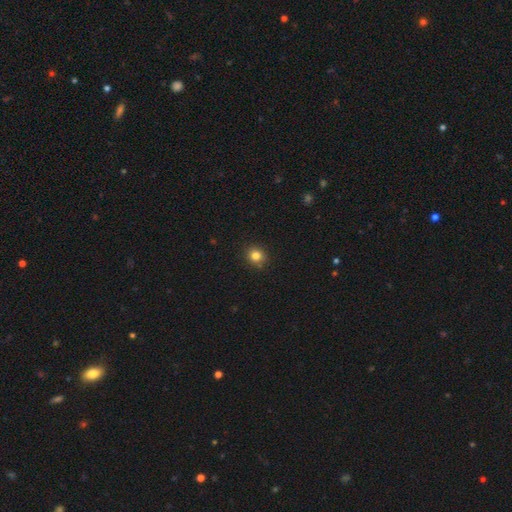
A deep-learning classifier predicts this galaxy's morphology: Overall: smooth (82%). How rounded: round (82%). Merging: none (87%).